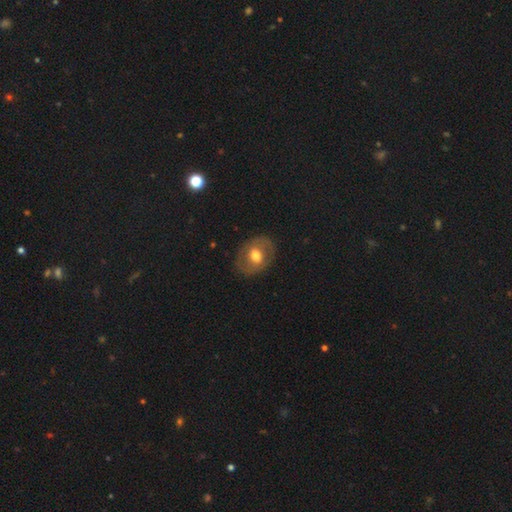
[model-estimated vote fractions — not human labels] Smooth or featured?
  - smooth: 54% *
  - featured or disk: 39%
  - star or artifact: 7%
How rounded?
  - in between: 52% *
  - round: 47%
  - cigar-shaped: 1%
Merging?
  - none: 81% *
  - minor disturbance: 13%
  - major disturbance: 5%
  - merger: 1%